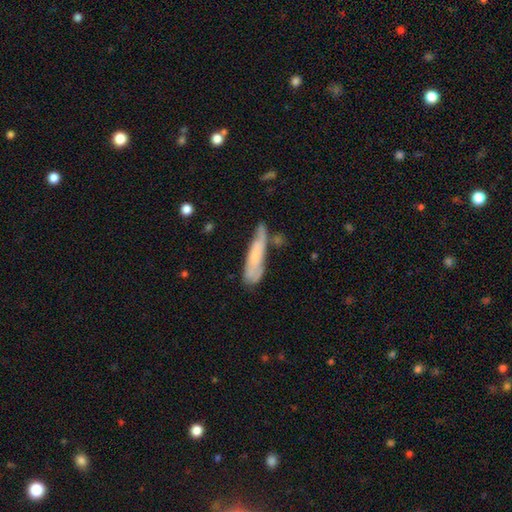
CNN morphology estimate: smooth_or_featured: smooth (p=0.63) [alt: featured or disk p=0.29]
how_rounded: cigar-shaped (p=0.78) [alt: in between p=0.21]
merging: none (p=0.42) [alt: minor disturbance p=0.29]